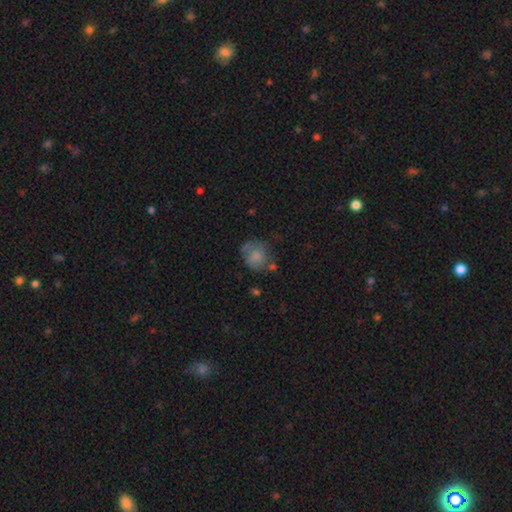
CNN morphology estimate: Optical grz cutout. It shows a smooth galaxy with no disk features (72%) that is round (77%). Merging: none (49%).